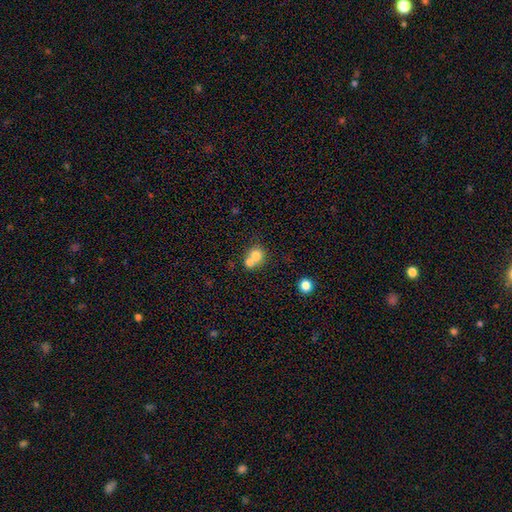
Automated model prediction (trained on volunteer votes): A smooth galaxy with no disk features (74%) that is round (76%).

Vote fractions:
- Smooth or featured? smooth: 74% / featured or disk: 16% / star or artifact: 11%
- How rounded? round: 76% / in between: 23% / cigar-shaped: 1%
- Merging? merger: 60% / none: 32% / minor disturbance: 6% / major disturbance: 2%